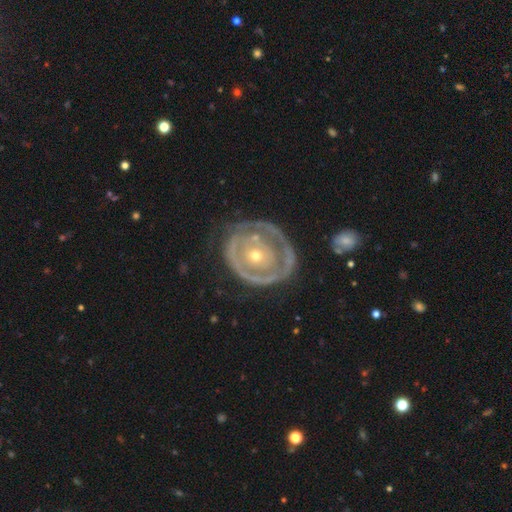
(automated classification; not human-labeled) smooth_or_featured: featured or disk (p=0.78) [alt: smooth p=0.17]
disk_edge_on: no (p=0.96) [alt: yes p=0.04]
bar: no (p=0.85) [alt: weak p=0.10]
has_spiral_arms: yes (p=0.52) [alt: no p=0.48]
bulge_size: small (p=0.66) [alt: moderate p=0.30]
merging: none (p=0.62) [alt: minor disturbance p=0.21]